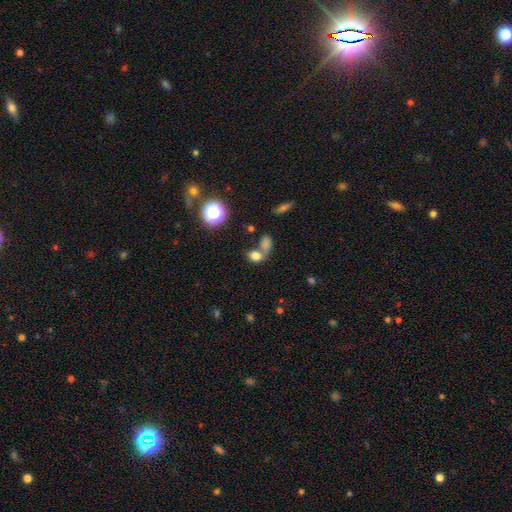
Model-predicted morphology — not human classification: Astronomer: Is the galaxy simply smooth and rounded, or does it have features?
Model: smooth — 76%.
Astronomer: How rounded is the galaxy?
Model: in between — 72%.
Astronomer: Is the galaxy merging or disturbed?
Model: merger — 49% (runner-up: none, 36%).